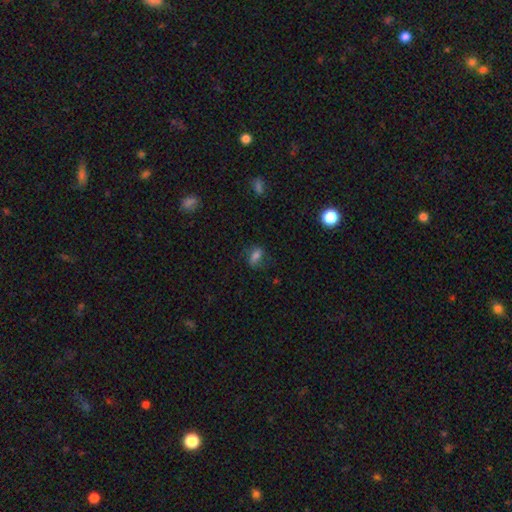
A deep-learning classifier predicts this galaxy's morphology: The model was most divided on "merging": none: 66%, minor disturbance: 21%, major disturbance: 10%, merger: 2%. More confident: how rounded — in between (80%); smooth or featured — smooth (73%).